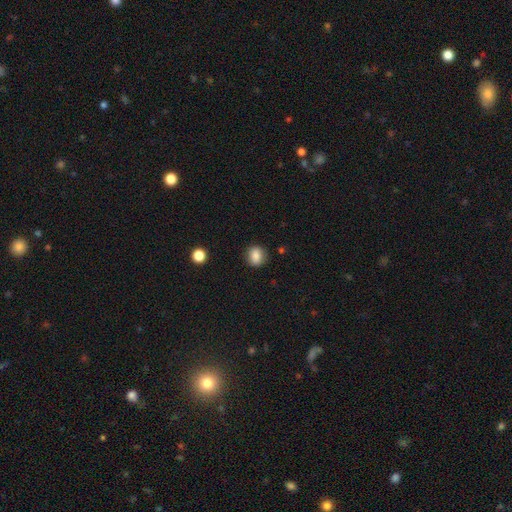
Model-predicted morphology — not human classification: smooth 85%, star or artifact 9%, featured or disk 6%. Down the decision tree: how rounded — round (67%); merging — none (85%).